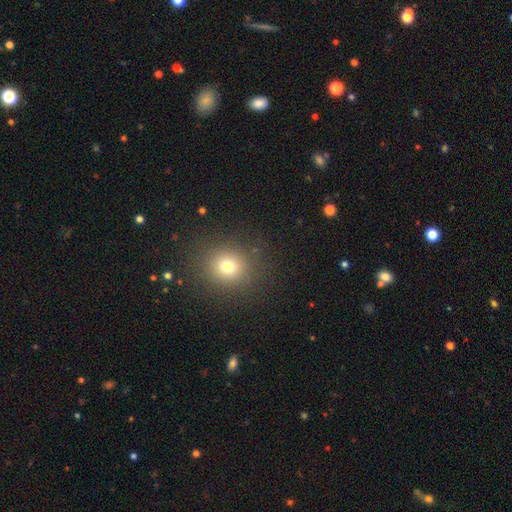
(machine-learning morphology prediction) smooth 65%, star or artifact 29%, featured or disk 7%. Down the decision tree: how rounded — round (85%); merging — none (91%).